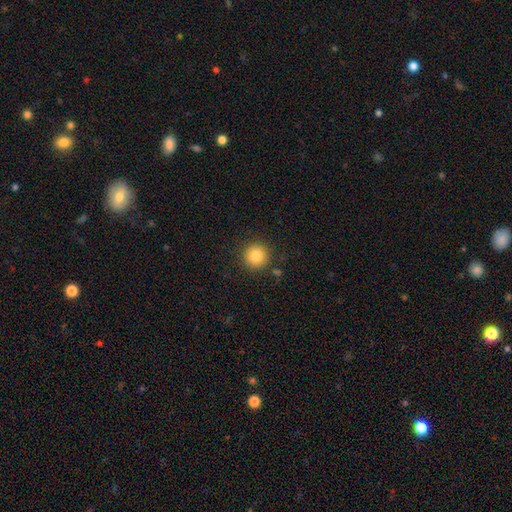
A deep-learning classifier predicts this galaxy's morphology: This is clearly a smooth galaxy (83%). How rounded: clearly round (95%). Merging: clearly none (89%).